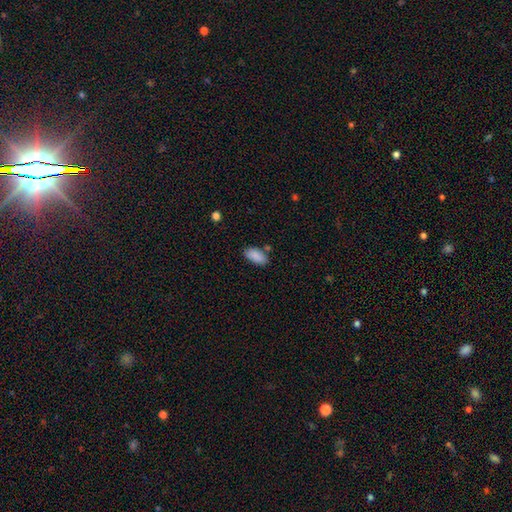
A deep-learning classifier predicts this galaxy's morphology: This appears to be a smooth galaxy with no disk features (88%) that is in between round and cigar-shaped (92%). Merging: none (74%).